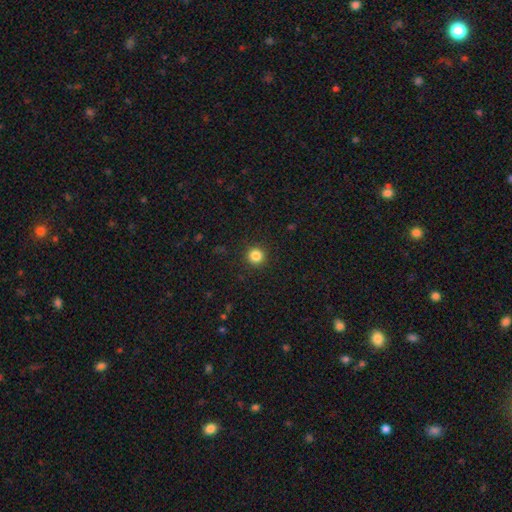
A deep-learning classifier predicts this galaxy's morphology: A smooth galaxy with no disk features (84%) that is round (95%).

Vote fractions:
- Smooth or featured? smooth: 84% / star or artifact: 12% / featured or disk: 4%
- How rounded? round: 95% / in between: 5% / cigar-shaped: 1%
- Merging? none: 92% / minor disturbance: 5% / major disturbance: 2% / merger: 1%